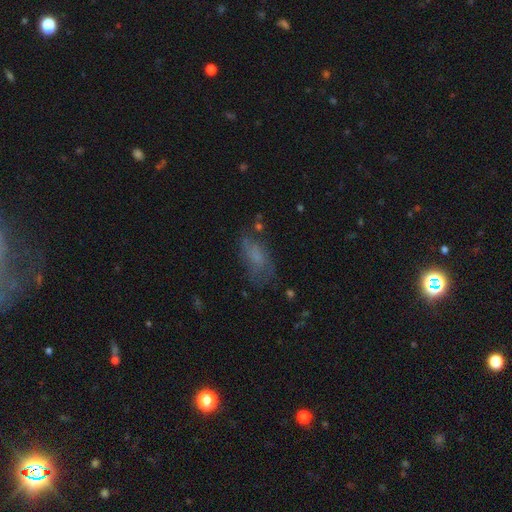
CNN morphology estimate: The model was most divided on "merging": none: 50%, minor disturbance: 25%, major disturbance: 20%, merger: 4%. More confident: how rounded — in between (84%); smooth or featured — smooth (58%).